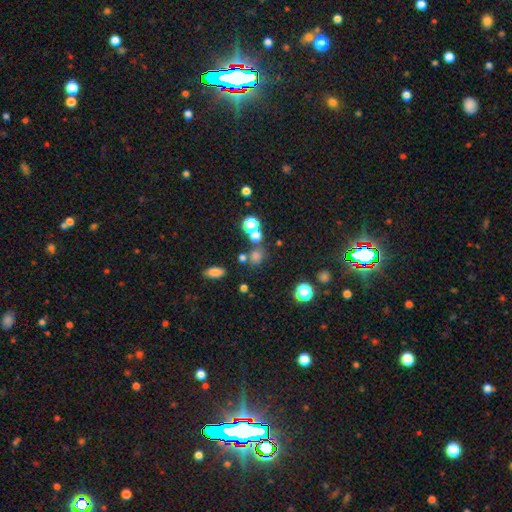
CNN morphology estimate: smooth 57%, star or artifact 33%, featured or disk 9%. Down the decision tree: how rounded — round (75%); merging — none (61%).